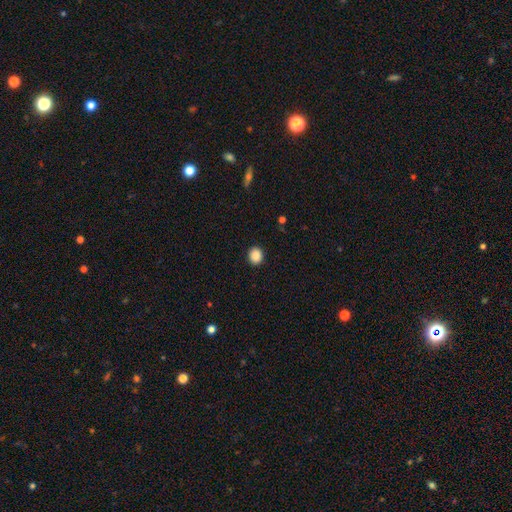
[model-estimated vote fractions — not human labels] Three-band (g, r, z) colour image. It shows a smooth galaxy with no disk features (89%) that is round (70%). Merging: none (91%).